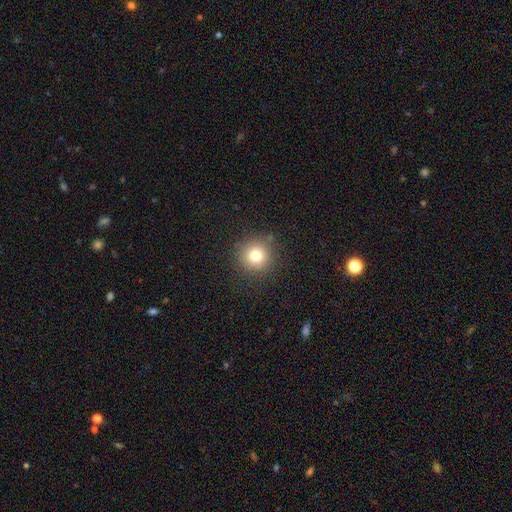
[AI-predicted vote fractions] Smooth or featured? smooth (77%)
How rounded? round (94%)
Merging? none (87%)